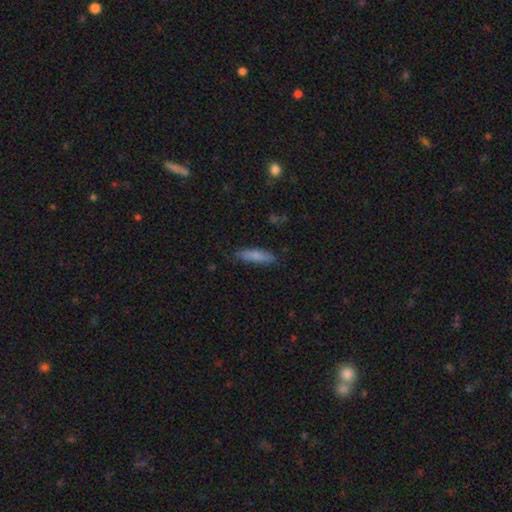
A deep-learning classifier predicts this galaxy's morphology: Smooth or featured: smooth — 80% (featured or disk — 14%)
How rounded: cigar-shaped — 68% (in between — 30%)
Merging: none — 82% (minor disturbance — 14%)